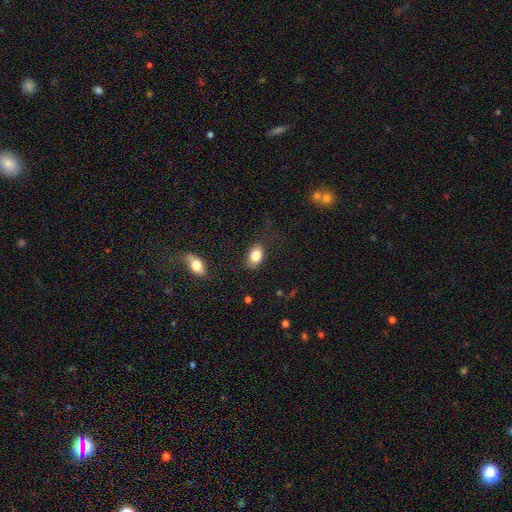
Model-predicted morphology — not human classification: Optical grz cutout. It shows a smooth galaxy with no disk features (83%) that is in between round and cigar-shaped (85%). Merging: none (78%).